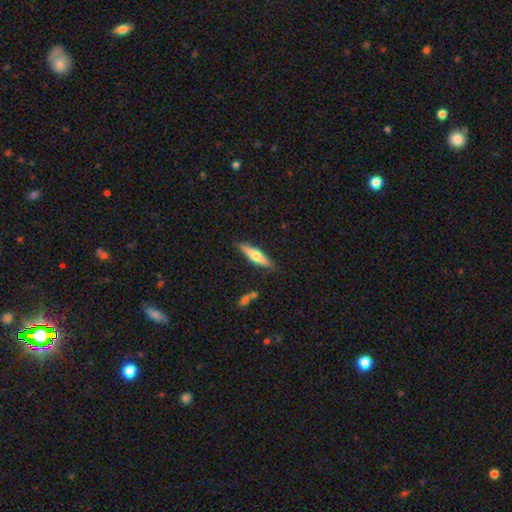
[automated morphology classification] type=smooth (49%); merging=none (85%).